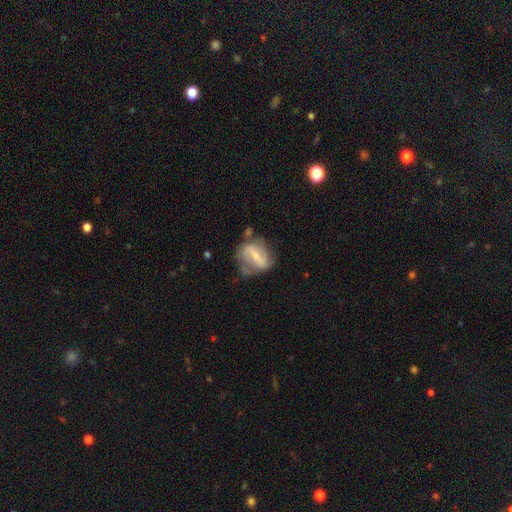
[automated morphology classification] Overall: featured or disk (72%). Edge-on disk: no (94%). Bar: strong (56%; weak 31%). Spiral arms: yes (77%). Spiral arm count: 2 (75%). Spiral winding: medium (40%; loose 36%). Bulge size: small (57%; moderate 37%). Merging: none (51%; minor disturbance 26%).